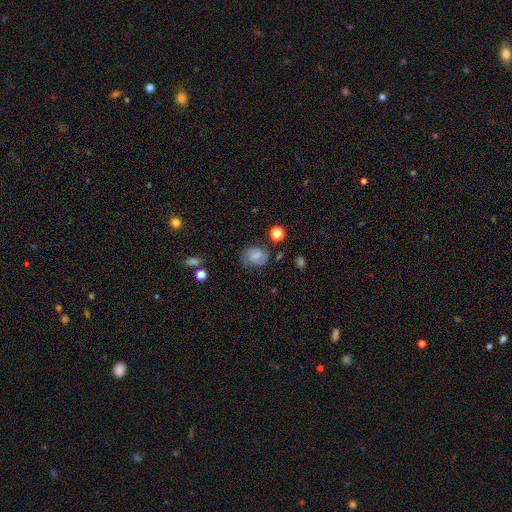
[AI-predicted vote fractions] Smooth or featured?
  - smooth: 51% *
  - featured or disk: 38%
  - star or artifact: 12%
How rounded?
  - in between: 53% *
  - round: 45%
  - cigar-shaped: 1%
Merging?
  - none: 67% *
  - minor disturbance: 21%
  - major disturbance: 9%
  - merger: 3%